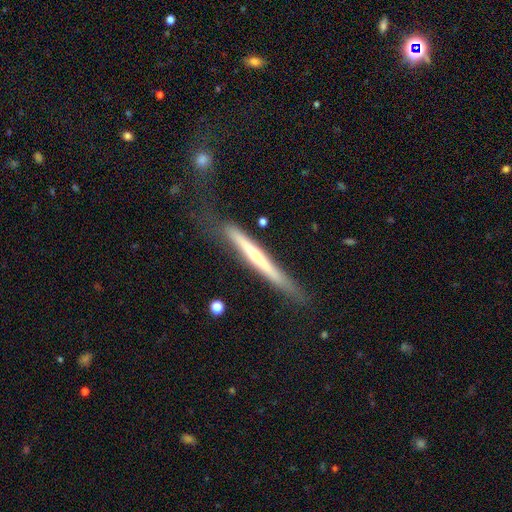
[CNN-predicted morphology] Smooth or featured? Predicted: featured or disk (p=0.56). Edge-on disk? Predicted: yes (p=0.95). Edge-on bulge? Predicted: none (p=0.59). Merging? Predicted: none (p=0.70).